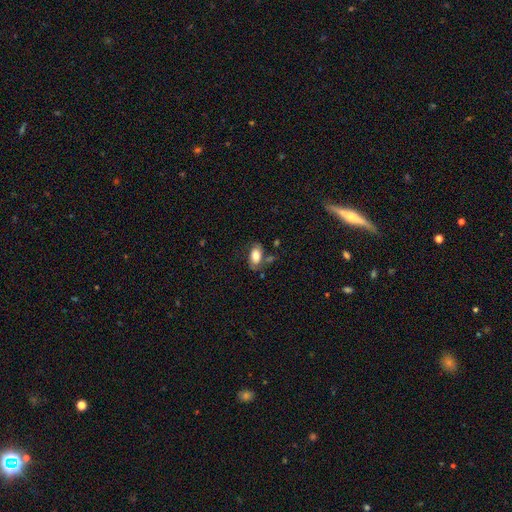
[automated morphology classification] Smooth or featured: smooth — 78% (featured or disk — 15%)
How rounded: in between — 92% (round — 5%)
Merging: none — 65% (minor disturbance — 20%)